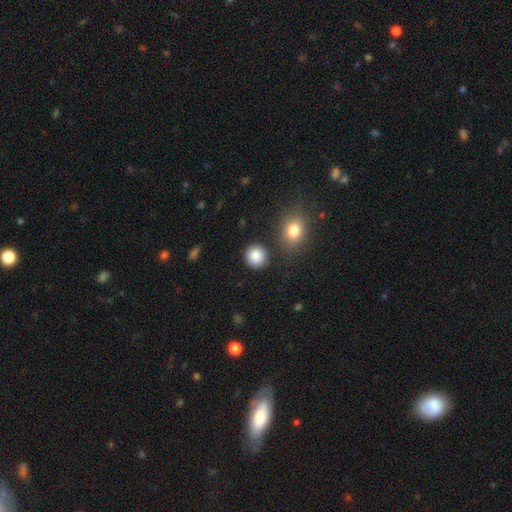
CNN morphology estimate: Q: Smooth or featured?
A: smooth (87%); runner-up: star or artifact (8%)
Q: How rounded?
A: round (89%); runner-up: in between (10%)
Q: Merging?
A: none (85%); runner-up: minor disturbance (8%)